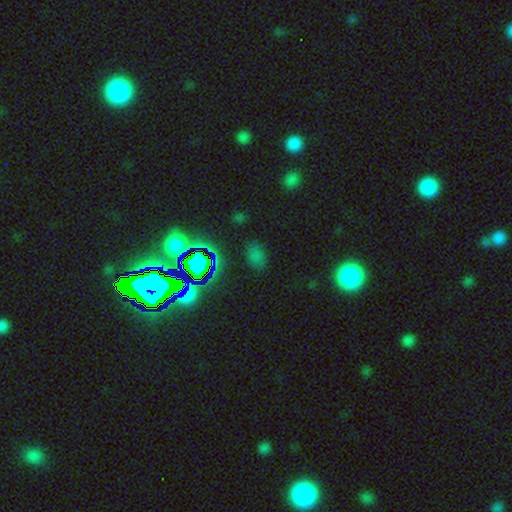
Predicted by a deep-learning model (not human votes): Smooth or featured? smooth (54%)
How rounded? in between (72%)
Merging? none (81%)